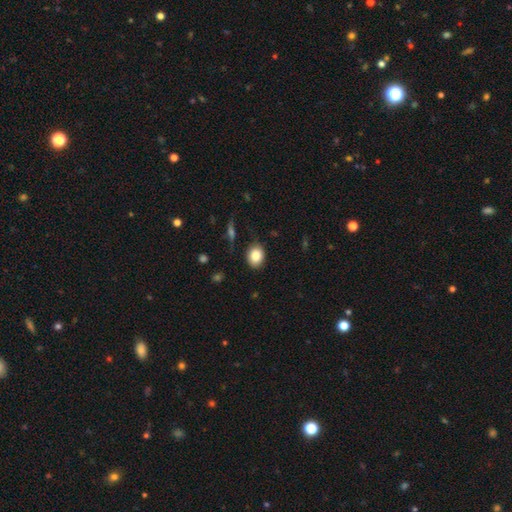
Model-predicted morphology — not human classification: Q: Smooth or featured?
A: smooth (85%); runner-up: star or artifact (9%)
Q: How rounded?
A: in between (50%); runner-up: round (48%)
Q: Merging?
A: none (84%); runner-up: minor disturbance (12%)